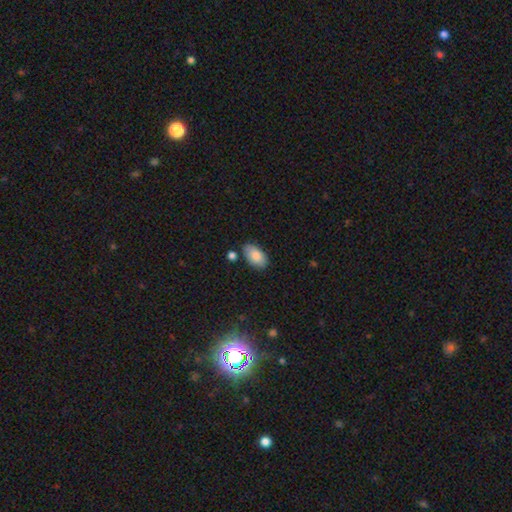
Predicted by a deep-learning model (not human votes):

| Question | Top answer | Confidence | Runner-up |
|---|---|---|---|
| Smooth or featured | smooth | 85% | featured or disk (8%) |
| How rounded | in between | 95% | round (4%) |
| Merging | none | 76% | minor disturbance (16%) |